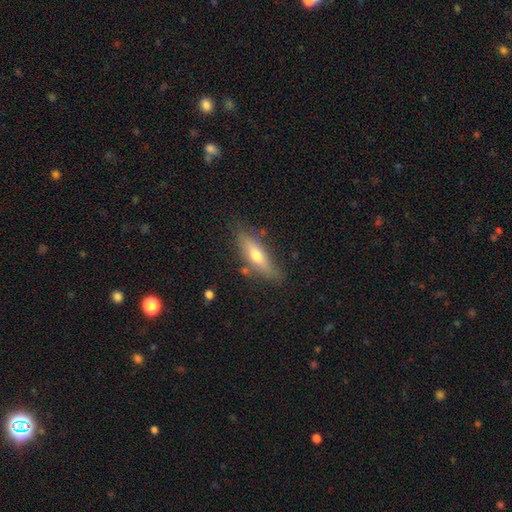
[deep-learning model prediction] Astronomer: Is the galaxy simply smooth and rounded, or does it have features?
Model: smooth — 51% (runner-up: featured or disk, 42%).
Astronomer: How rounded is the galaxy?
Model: cigar-shaped — 61% (runner-up: in between, 36%).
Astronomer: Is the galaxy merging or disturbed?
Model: none — 78%.